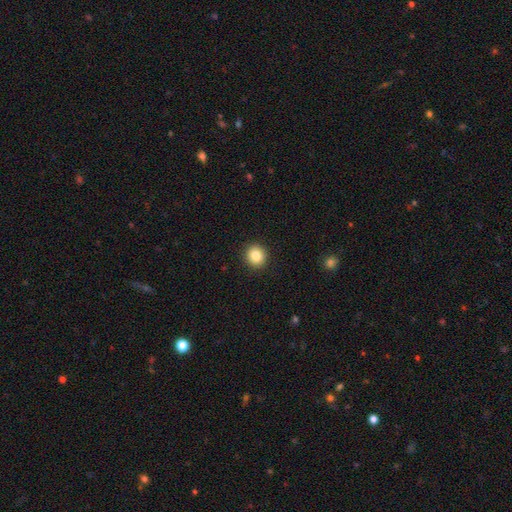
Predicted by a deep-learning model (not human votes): Morphology: type=smooth (84%); roundness=round (89%); merging=none (93%).